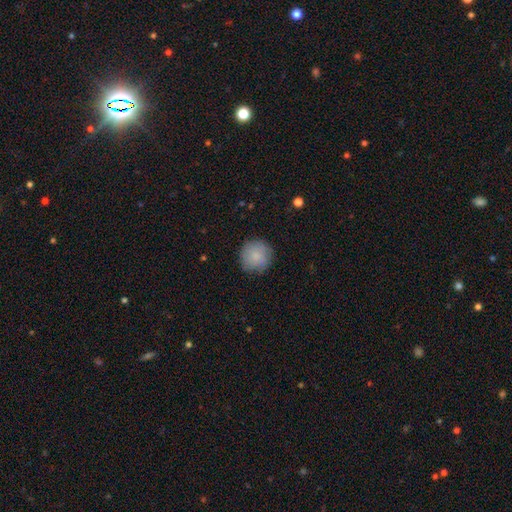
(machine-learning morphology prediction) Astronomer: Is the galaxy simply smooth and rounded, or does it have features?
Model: smooth — 85%.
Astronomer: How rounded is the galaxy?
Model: round — 95%.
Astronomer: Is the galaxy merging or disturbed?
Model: none — 85%.